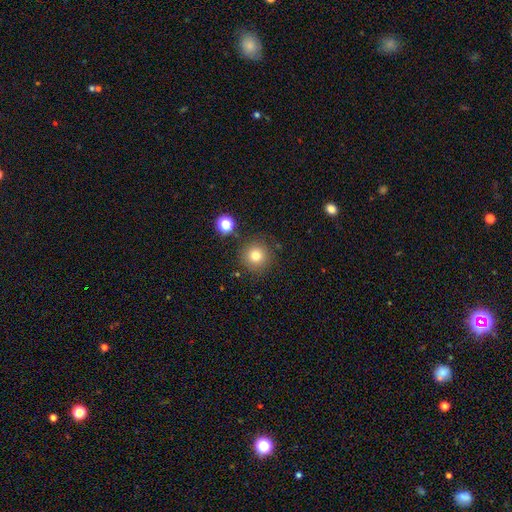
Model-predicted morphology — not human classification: Q: Smooth or featured?
A: smooth (79%); runner-up: star or artifact (14%)
Q: How rounded?
A: round (95%); runner-up: in between (4%)
Q: Merging?
A: none (86%); runner-up: minor disturbance (8%)